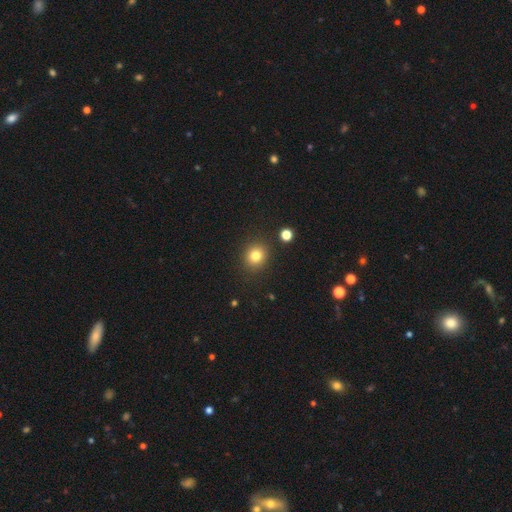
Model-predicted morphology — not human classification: Smooth or featured: smooth — 80% (star or artifact — 13%)
How rounded: round — 79% (in between — 20%)
Merging: none — 88% (minor disturbance — 7%)